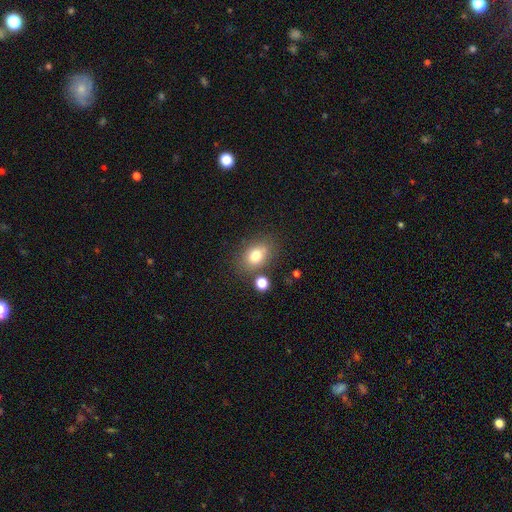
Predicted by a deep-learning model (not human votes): Q: Smooth or featured?
A: smooth (77%); runner-up: featured or disk (12%)
Q: How rounded?
A: in between (70%); runner-up: round (28%)
Q: Merging?
A: none (71%); runner-up: minor disturbance (15%)